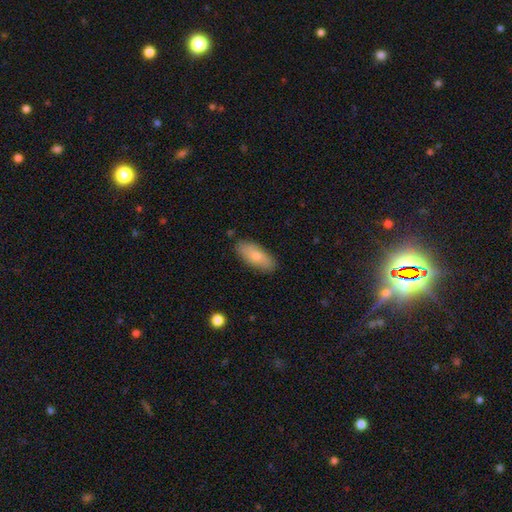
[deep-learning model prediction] This appears to be a smooth galaxy with no disk features (78%) that is in between round and cigar-shaped (83%). Merging: none (85%).